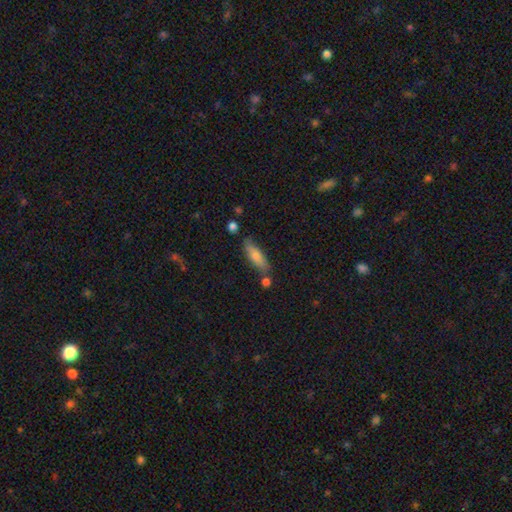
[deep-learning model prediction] This appears to be a smooth galaxy with no disk features (69%) that is cigar-shaped (58%). Merging: none (75%).